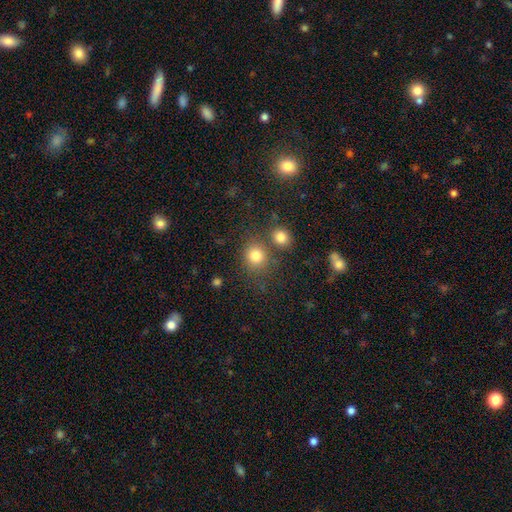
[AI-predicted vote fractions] A smooth galaxy with no disk features (81%) that is round (81%). Merging: none (66%).